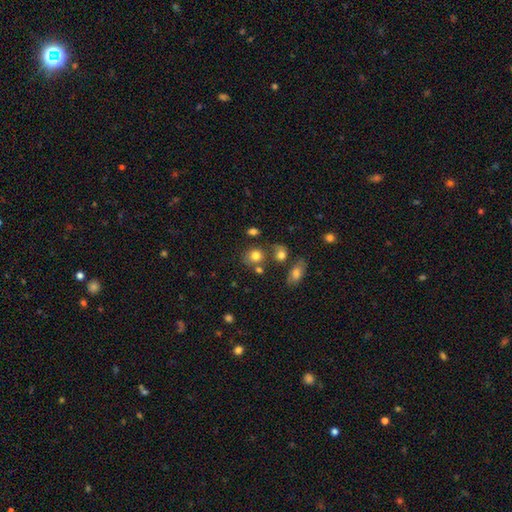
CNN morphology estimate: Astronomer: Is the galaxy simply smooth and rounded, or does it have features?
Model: smooth — 79%.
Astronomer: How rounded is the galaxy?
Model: round — 73%.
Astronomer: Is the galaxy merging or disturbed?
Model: none — 63%.